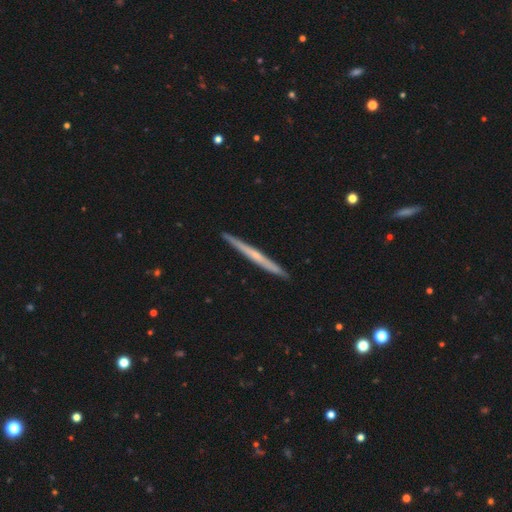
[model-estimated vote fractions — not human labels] The model was most divided on "edge-on bulge": none: 63%, rounded: 33%, boxy: 4%. More confident: edge-on disk — yes (98%); merging — none (92%); smooth or featured — featured or disk (63%).